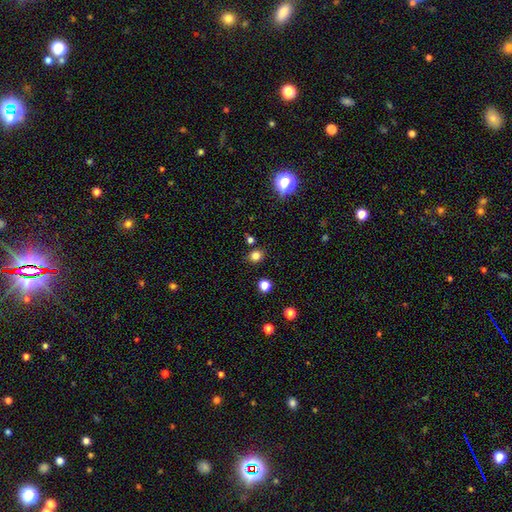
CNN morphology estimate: Q: Smooth or featured?
A: smooth (80%); runner-up: star or artifact (15%)
Q: How rounded?
A: round (71%); runner-up: in between (28%)
Q: Merging?
A: none (85%); runner-up: minor disturbance (9%)